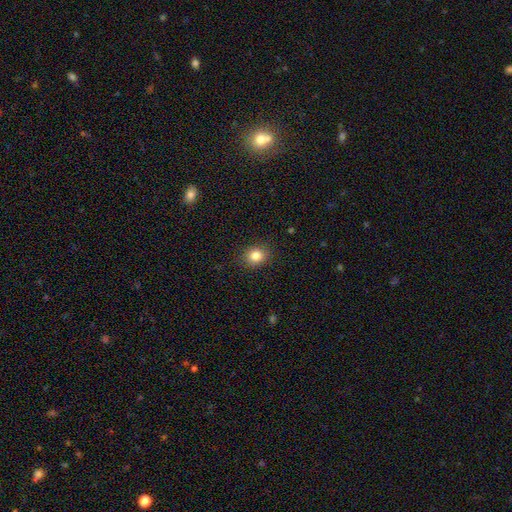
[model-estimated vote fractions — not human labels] Smooth or featured? Predicted: smooth (p=0.83). How rounded? Predicted: round (p=0.66). Merging? Predicted: none (p=0.88).